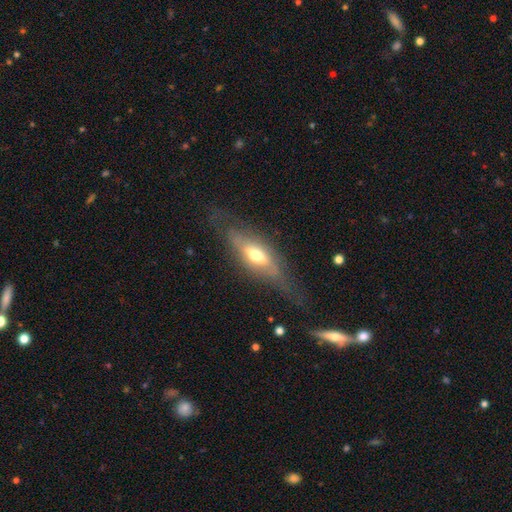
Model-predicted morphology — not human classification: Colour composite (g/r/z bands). It shows a featured or disk galaxy (56%) viewed edge-on (65%). Merging: none (63%).